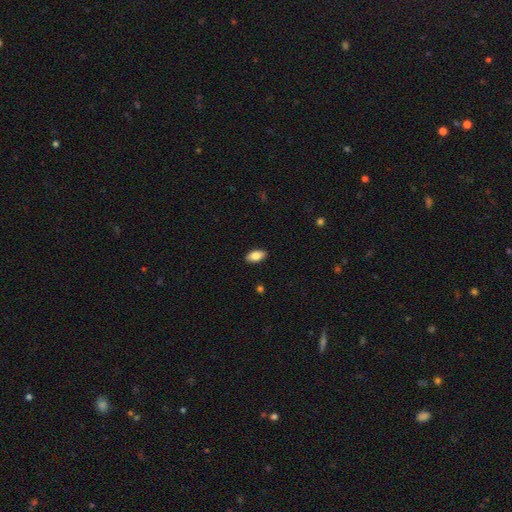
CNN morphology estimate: The model was most divided on "smooth or featured": smooth: 83%, featured or disk: 11%, star or artifact: 7%. More confident: how rounded — in between (92%); merging — none (90%).